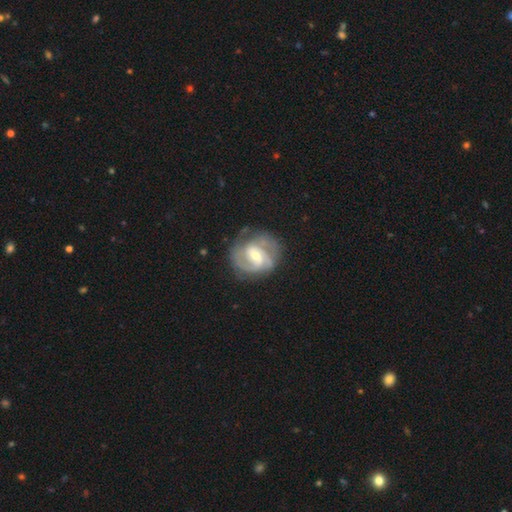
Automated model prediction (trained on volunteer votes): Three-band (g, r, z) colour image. It shows a featured or disk galaxy (88%) with a weak bar (54%), 2 (54%) tight (46%) spiral arms (97%) and a moderate central bulge (52%). Merging: none (73%).